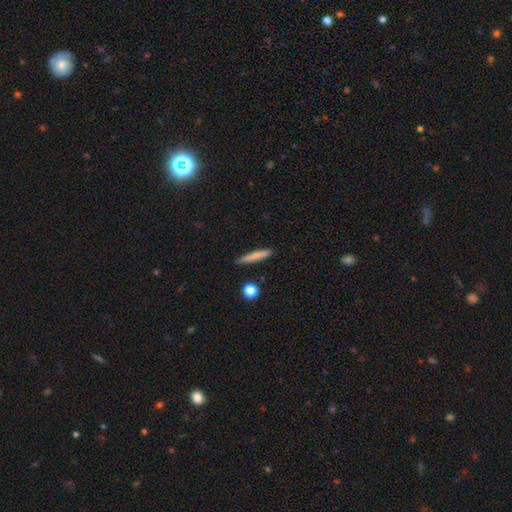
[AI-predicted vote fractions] smooth_or_featured: smooth (p=0.76) [alt: featured or disk p=0.17]
how_rounded: cigar-shaped (p=0.92) [alt: in between p=0.06]
merging: none (p=0.85) [alt: minor disturbance p=0.10]